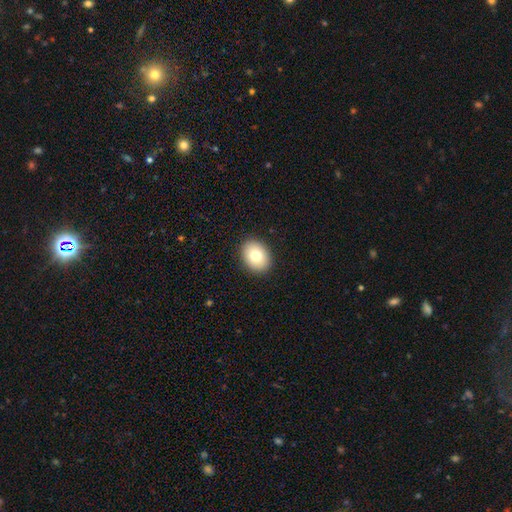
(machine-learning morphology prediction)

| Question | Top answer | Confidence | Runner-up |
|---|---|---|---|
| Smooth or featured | smooth | 78% | featured or disk (13%) |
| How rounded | in between | 58% | round (41%) |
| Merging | none | 90% | minor disturbance (7%) |